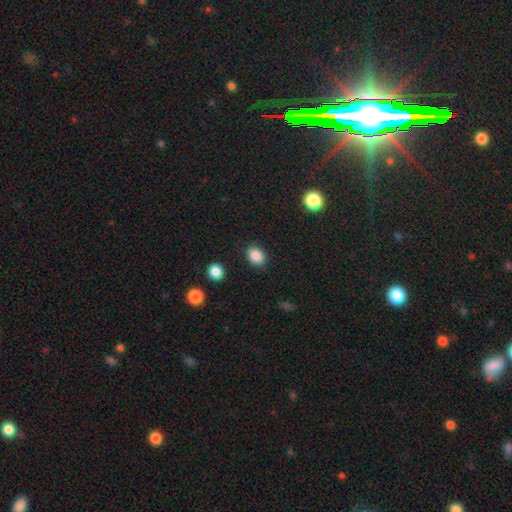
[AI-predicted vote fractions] A smooth galaxy with no disk features (88%) that is in between round and cigar-shaped (56%).

Vote fractions:
- Smooth or featured? smooth: 88% / star or artifact: 9% / featured or disk: 3%
- How rounded? in between: 56% / round: 43% / cigar-shaped: 1%
- Merging? none: 87% / minor disturbance: 9% / major disturbance: 3% / merger: 2%